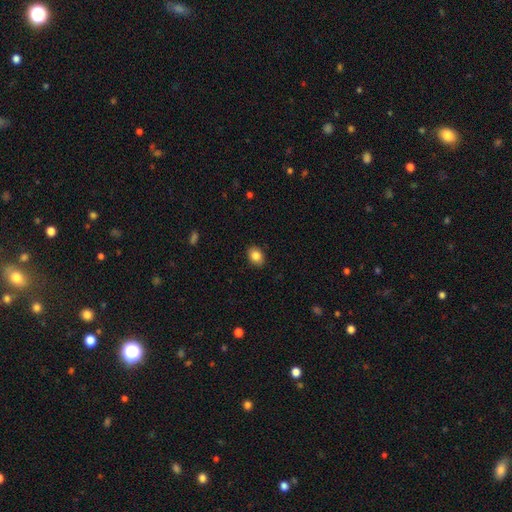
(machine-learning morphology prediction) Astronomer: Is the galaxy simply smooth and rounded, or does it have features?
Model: smooth — 85%.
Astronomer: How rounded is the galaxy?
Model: in between — 66%.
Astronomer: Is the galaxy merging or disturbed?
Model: none — 88%.